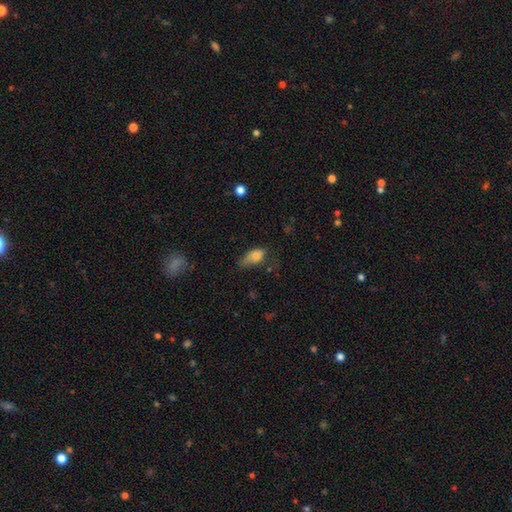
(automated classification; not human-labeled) Smooth or featured?
  - smooth: 76% *
  - featured or disk: 14%
  - star or artifact: 10%
How rounded?
  - in between: 86% *
  - round: 8%
  - cigar-shaped: 6%
Merging?
  - minor disturbance: 39% *
  - major disturbance: 29%
  - none: 28%
  - merger: 4%